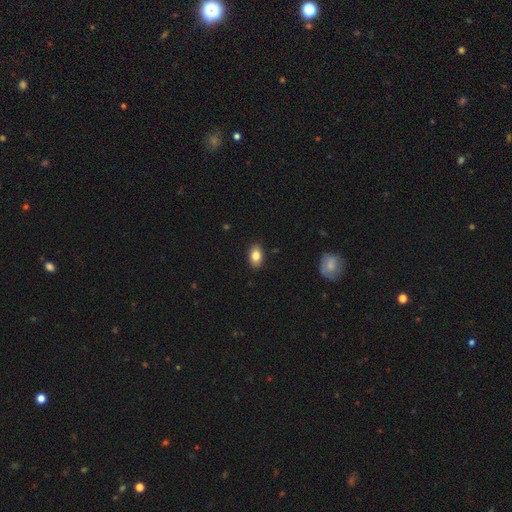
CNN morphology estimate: A smooth galaxy with no disk features (83%) that is in between round and cigar-shaped (90%).

Vote fractions:
- Smooth or featured? smooth: 83% / featured or disk: 9% / star or artifact: 8%
- How rounded? in between: 90% / round: 8% / cigar-shaped: 2%
- Merging? none: 89% / minor disturbance: 9% / major disturbance: 2% / merger: 1%